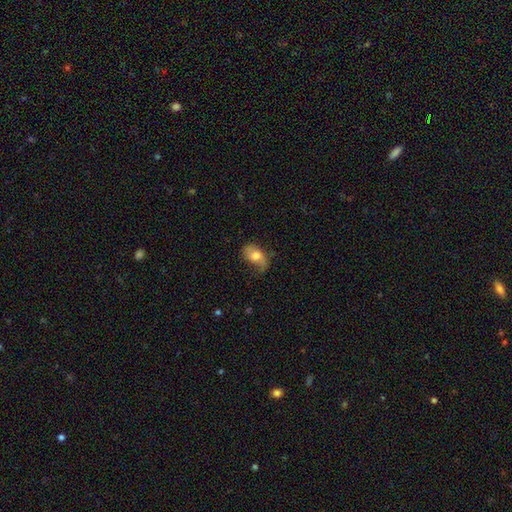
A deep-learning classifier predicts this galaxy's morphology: Q: Smooth or featured?
A: smooth (59%); runner-up: featured or disk (33%)
Q: How rounded?
A: in between (84%); runner-up: round (14%)
Q: Merging?
A: none (47%); runner-up: minor disturbance (32%)